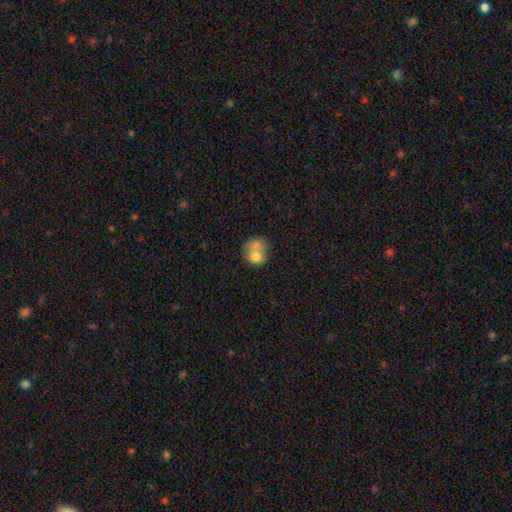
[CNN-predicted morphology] Smooth or featured: smooth — 70% (featured or disk — 22%)
How rounded: round — 69% (in between — 30%)
Merging: merger — 50% (none — 30%)